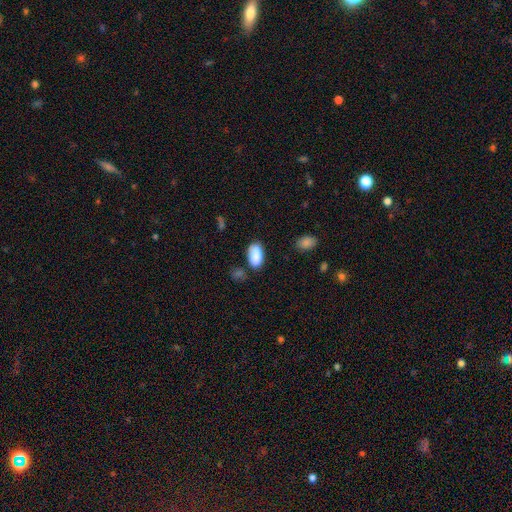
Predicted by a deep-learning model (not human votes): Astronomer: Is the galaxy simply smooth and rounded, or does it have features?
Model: smooth — 88%.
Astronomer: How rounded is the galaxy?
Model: in between — 93%.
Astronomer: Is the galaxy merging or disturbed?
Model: none — 73%.